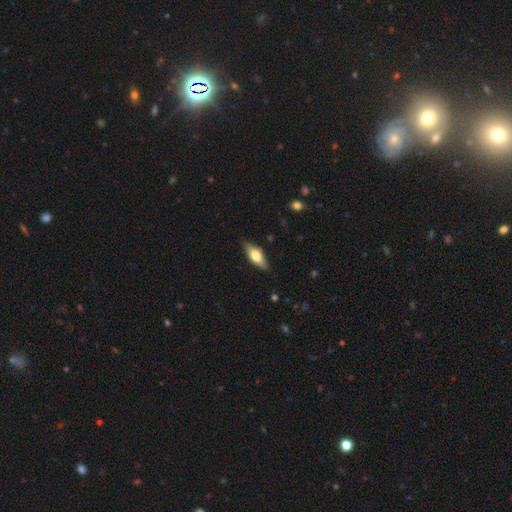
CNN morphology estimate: Smooth or featured: smooth — 59% (featured or disk — 34%)
How rounded: in between — 71% (cigar-shaped — 26%)
Merging: none — 84% (minor disturbance — 12%)